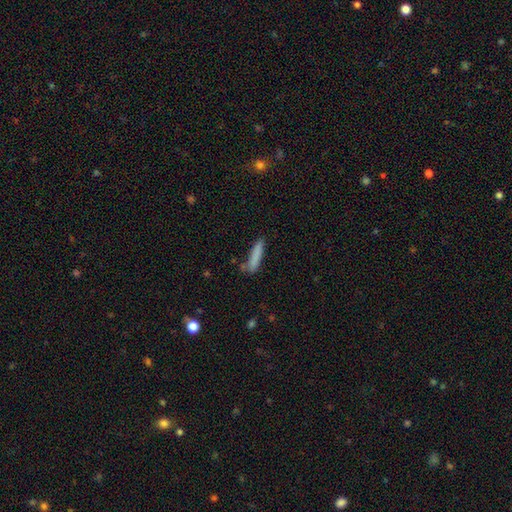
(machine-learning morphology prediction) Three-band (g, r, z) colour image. It shows a smooth galaxy with no disk features (83%) that is cigar-shaped (88%). Merging: none (74%).